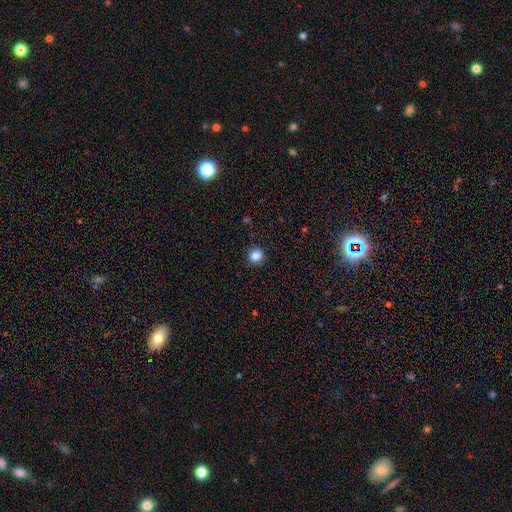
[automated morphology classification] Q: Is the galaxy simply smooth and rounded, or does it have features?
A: smooth — 85%.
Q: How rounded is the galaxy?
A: round — 89%.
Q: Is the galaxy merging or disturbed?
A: none — 89%.